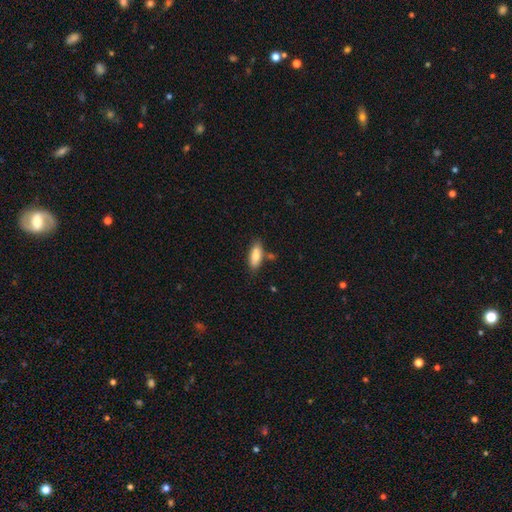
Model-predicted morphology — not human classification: Smooth or featured?
  - smooth: 81% *
  - featured or disk: 13%
  - star or artifact: 7%
How rounded?
  - in between: 71% *
  - cigar-shaped: 26%
  - round: 2%
Merging?
  - none: 74% *
  - minor disturbance: 15%
  - merger: 8%
  - major disturbance: 3%